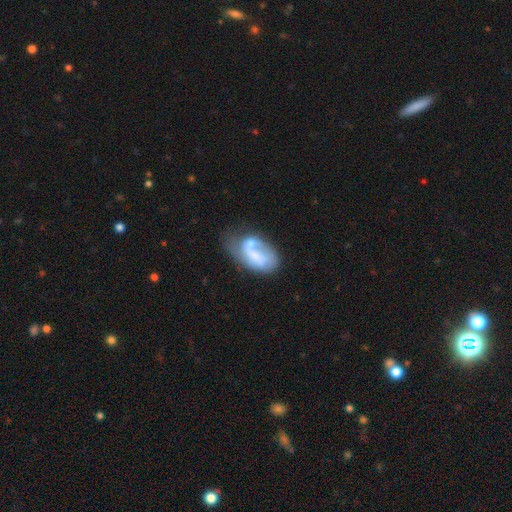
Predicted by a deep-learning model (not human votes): A featured or disk galaxy (49%).

Vote fractions:
- Smooth or featured? featured or disk: 49% / smooth: 44% / star or artifact: 7%
- Merging? none: 30% / minor disturbance: 27% / major disturbance: 25% / merger: 18%